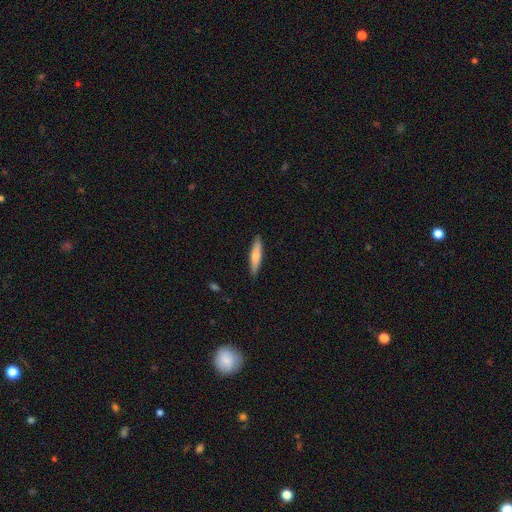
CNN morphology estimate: smooth-or-featured: smooth: 69% | featured or disk: 25% | star or artifact: 5%
  how-rounded: cigar-shaped: 84% | in between: 15% | round: 1%
  merging: none: 89% | minor disturbance: 8% | major disturbance: 2% | merger: 1%